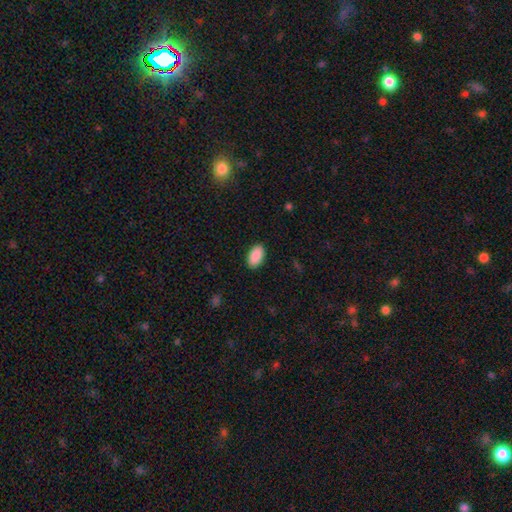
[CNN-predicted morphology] Smooth or featured? Predicted: smooth (p=0.91). How rounded? Predicted: in between (p=0.95). Merging? Predicted: none (p=0.89).